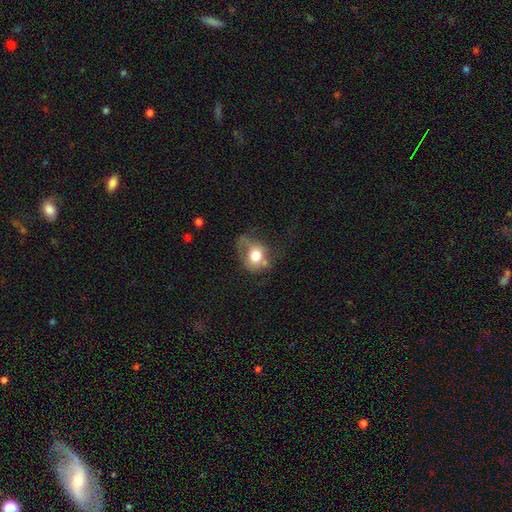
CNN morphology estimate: smooth_or_featured: smooth (p=0.71) [alt: featured or disk p=0.20]
how_rounded: round (p=0.59) [alt: in between p=0.40]
merging: none (p=0.36) [alt: minor disturbance p=0.30]